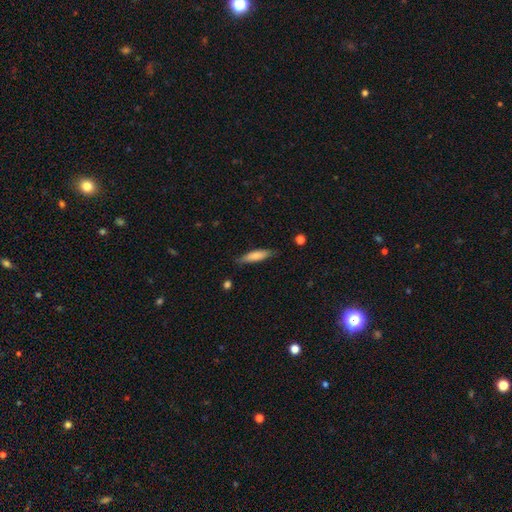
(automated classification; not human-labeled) smooth_or_featured: smooth (p=0.76) [alt: featured or disk p=0.18]
how_rounded: cigar-shaped (p=0.71) [alt: in between p=0.27]
merging: none (p=0.81) [alt: minor disturbance p=0.15]